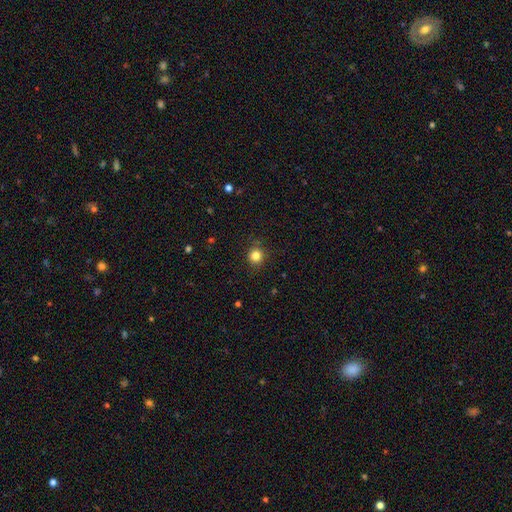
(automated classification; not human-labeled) This is clearly a smooth galaxy (83%). How rounded: clearly round (92%). Merging: clearly none (89%).